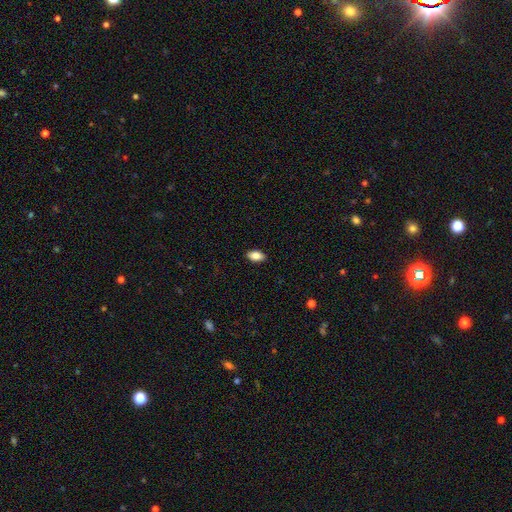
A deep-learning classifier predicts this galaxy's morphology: Smooth or featured? smooth (86%)
How rounded? in between (92%)
Merging? none (89%)